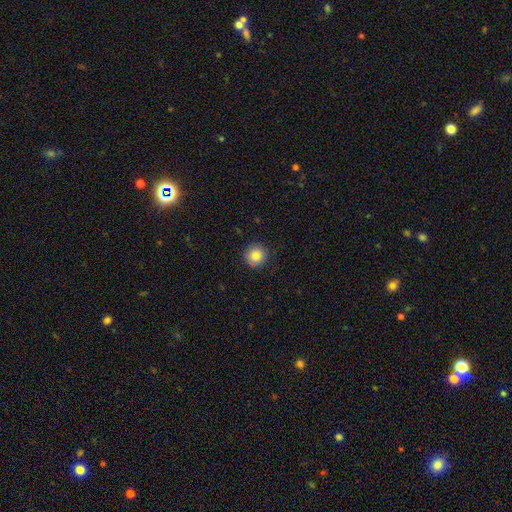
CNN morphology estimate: Smooth or featured?
  - smooth: 84% *
  - star or artifact: 9%
  - featured or disk: 7%
How rounded?
  - round: 95% *
  - in between: 4%
  - cigar-shaped: 1%
Merging?
  - none: 90% *
  - minor disturbance: 7%
  - major disturbance: 2%
  - merger: 1%